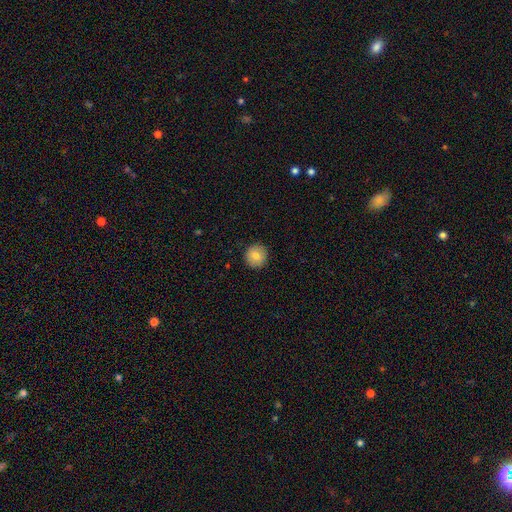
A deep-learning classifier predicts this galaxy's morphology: A smooth galaxy with no disk features (80%) that is round (95%). Merging: none (91%).